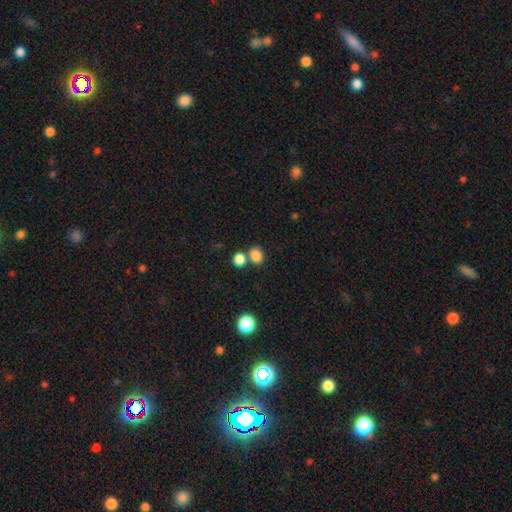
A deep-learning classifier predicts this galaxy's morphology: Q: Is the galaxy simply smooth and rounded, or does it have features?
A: smooth — 84%.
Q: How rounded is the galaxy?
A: round — 57%.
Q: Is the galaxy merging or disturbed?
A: none — 59%.